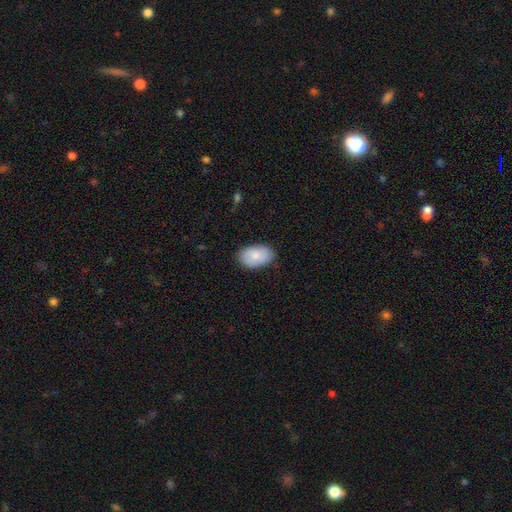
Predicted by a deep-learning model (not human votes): Smooth or featured? Predicted: smooth (p=0.85). How rounded? Predicted: in between (p=0.93). Merging? Predicted: none (p=0.82).